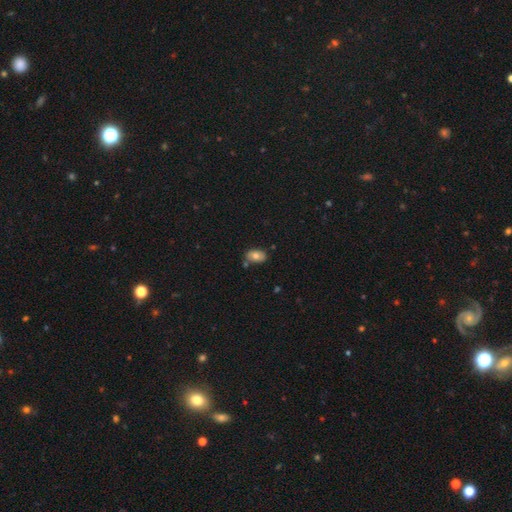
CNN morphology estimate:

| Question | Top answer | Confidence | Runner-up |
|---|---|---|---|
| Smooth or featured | smooth | 76% | featured or disk (15%) |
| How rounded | in between | 88% | round (10%) |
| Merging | none | 70% | minor disturbance (17%) |